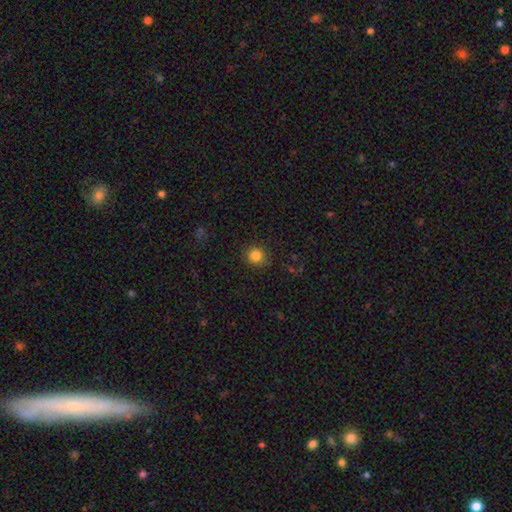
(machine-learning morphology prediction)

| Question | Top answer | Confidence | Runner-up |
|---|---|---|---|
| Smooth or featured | smooth | 83% | star or artifact (12%) |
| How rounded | round | 89% | in between (11%) |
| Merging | none | 89% | minor disturbance (7%) |